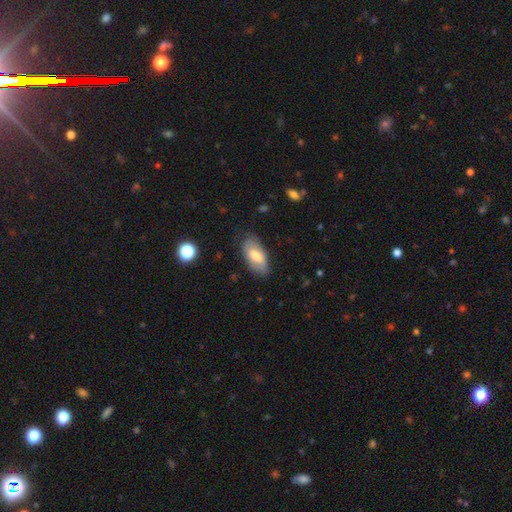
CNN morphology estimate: Q: Smooth or featured?
A: smooth (62%); runner-up: featured or disk (31%)
Q: How rounded?
A: in between (91%); runner-up: cigar-shaped (6%)
Q: Merging?
A: none (76%); runner-up: minor disturbance (18%)